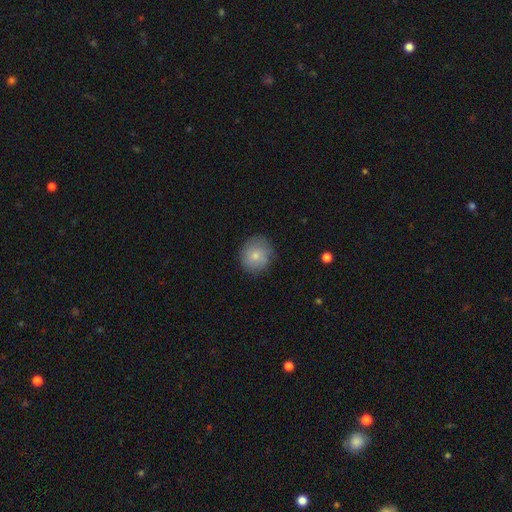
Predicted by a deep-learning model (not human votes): smooth_or_featured: smooth (p=0.77) [alt: featured or disk p=0.15]
how_rounded: round (p=0.87) [alt: in between p=0.13]
merging: none (p=0.81) [alt: minor disturbance p=0.15]